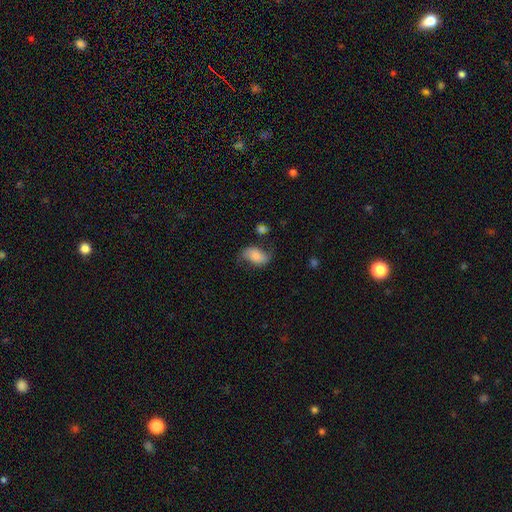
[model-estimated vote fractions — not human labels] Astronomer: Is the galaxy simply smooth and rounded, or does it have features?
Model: smooth — 56% (runner-up: featured or disk, 36%).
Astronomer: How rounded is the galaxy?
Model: in between — 90%.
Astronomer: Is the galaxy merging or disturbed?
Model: none — 58%.